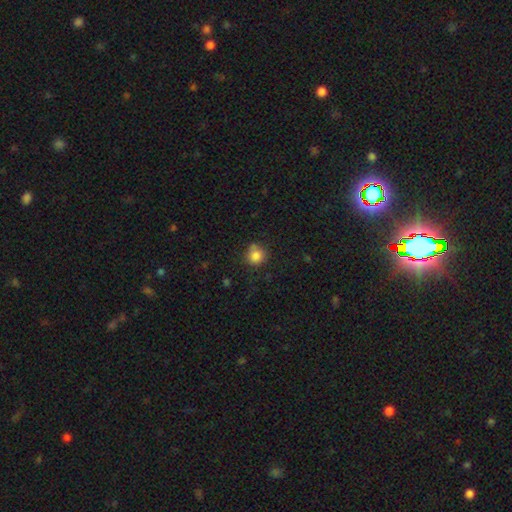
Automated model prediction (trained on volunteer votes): smooth 84%, star or artifact 11%, featured or disk 6%. Down the decision tree: how rounded — round (88%); merging — none (69%).